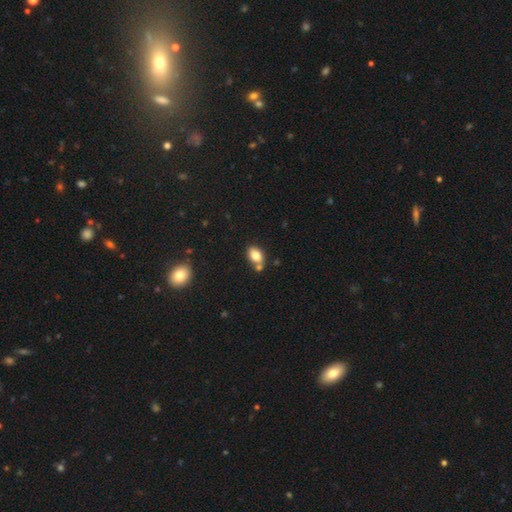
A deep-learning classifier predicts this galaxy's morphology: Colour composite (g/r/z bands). It shows a smooth galaxy with no disk features (81%) that is in between round and cigar-shaped (83%). Merging: none (58%).